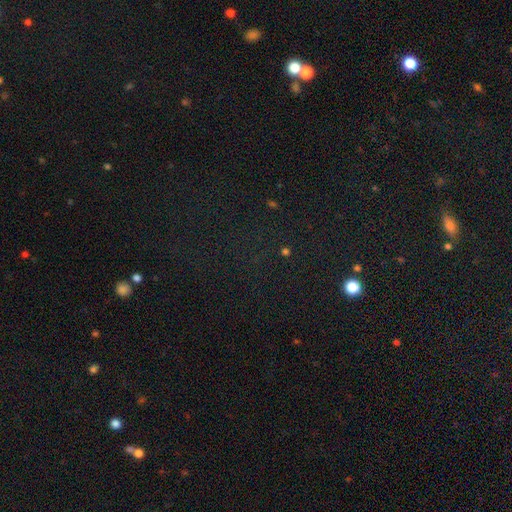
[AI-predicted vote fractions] Q: Smooth or featured?
A: star or artifact (70%); runner-up: smooth (21%)